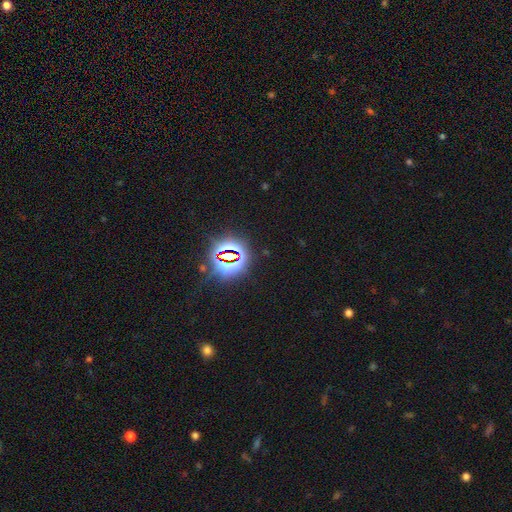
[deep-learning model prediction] This is clearly a star or artifact rather than a galaxy (82%).